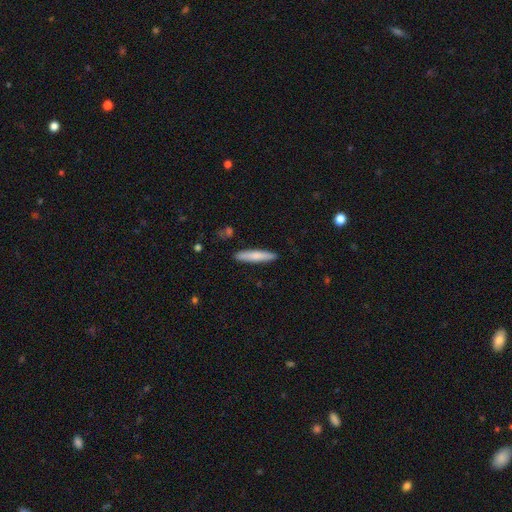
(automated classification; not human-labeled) Morphology: type=smooth (74%); roundness=cigar-shaped (90%); merging=none (89%).